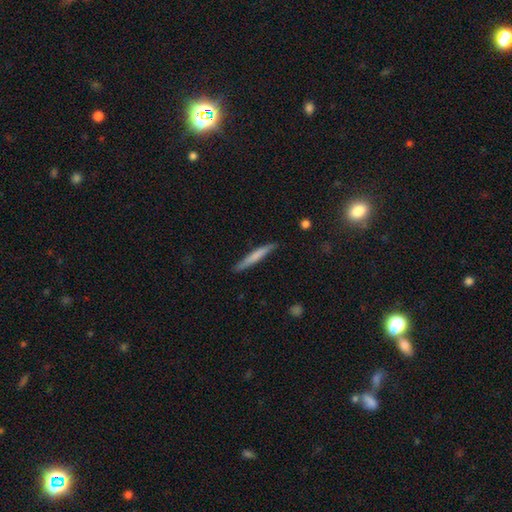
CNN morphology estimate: Smooth or featured? smooth (66%)
How rounded? cigar-shaped (96%)
Merging? none (87%)